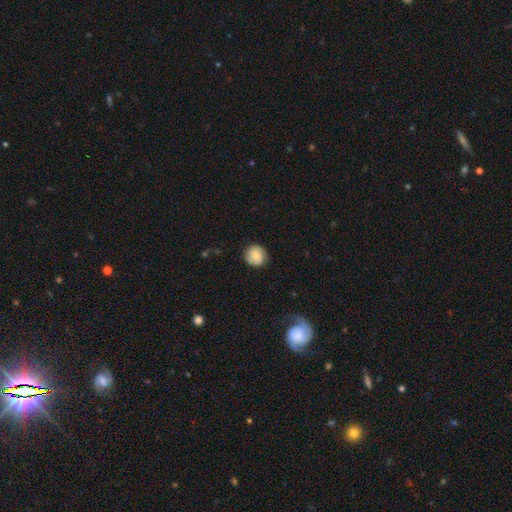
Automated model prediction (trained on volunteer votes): Smooth or featured?
  - smooth: 70% *
  - featured or disk: 22%
  - star or artifact: 8%
How rounded?
  - round: 88% *
  - in between: 11%
  - cigar-shaped: 1%
Merging?
  - none: 84% *
  - minor disturbance: 12%
  - major disturbance: 3%
  - merger: 1%